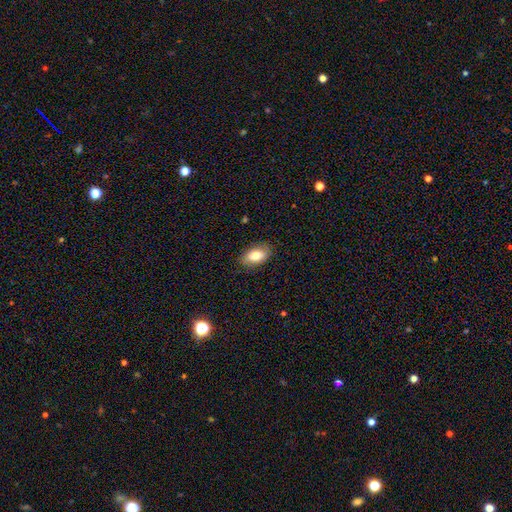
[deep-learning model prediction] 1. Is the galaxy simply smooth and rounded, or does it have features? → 78% smooth, 15% featured or disk, 7% star or artifact.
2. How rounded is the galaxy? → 91% in between, 6% round, 3% cigar-shaped.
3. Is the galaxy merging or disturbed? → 84% none, 13% minor disturbance, 3% major disturbance, 1% merger.